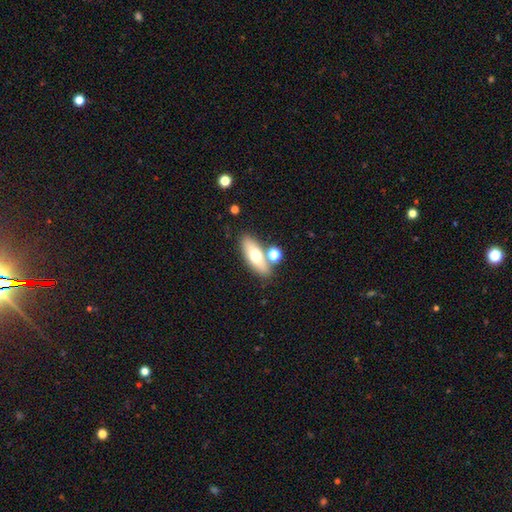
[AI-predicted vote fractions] Smooth or featured?
  - smooth: 62% *
  - featured or disk: 30%
  - star or artifact: 8%
How rounded?
  - in between: 65% *
  - cigar-shaped: 30%
  - round: 6%
Merging?
  - none: 73% *
  - merger: 13%
  - minor disturbance: 10%
  - major disturbance: 3%